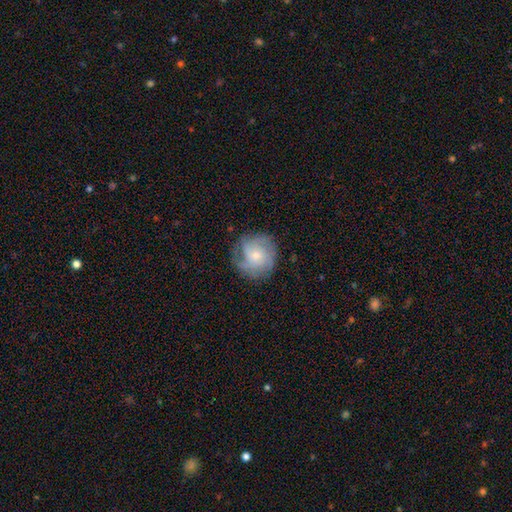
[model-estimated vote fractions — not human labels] Smooth or featured?
  - featured or disk: 63% *
  - smooth: 30%
  - star or artifact: 7%
Edge-on disk?
  - no: 98% *
  - yes: 2%
Bar?
  - no: 77% *
  - weak: 21%
  - strong: 3%
Spiral arms?
  - yes: 89% *
  - no: 11%
Spiral winding?
  - tight: 48% *
  - medium: 38%
  - loose: 14%
Spiral arm count?
  - can't tell: 33% *
  - 3: 27%
  - 2: 16%
  - 4: 12%
  - 1: 7%
  - more than 4: 6%
Bulge size?
  - small: 61% *
  - moderate: 33%
  - large: 2%
  - none: 2%
  - dominant: 1%
Merging?
  - none: 71% *
  - minor disturbance: 19%
  - major disturbance: 8%
  - merger: 1%